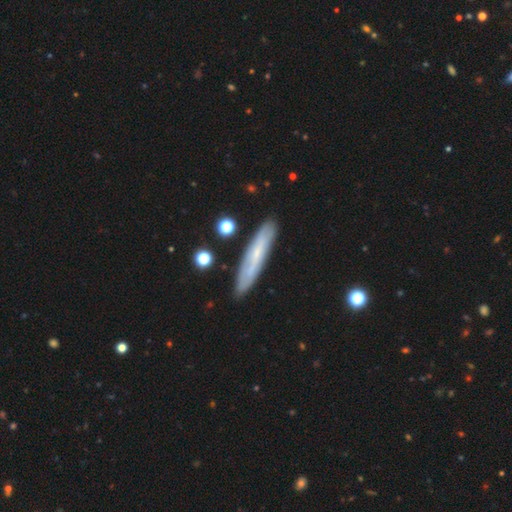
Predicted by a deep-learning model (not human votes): A smooth galaxy with no disk features (48%). Merging: none (85%).